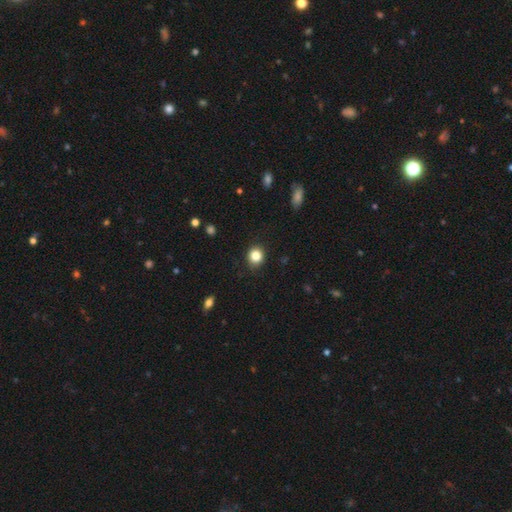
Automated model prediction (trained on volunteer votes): This appears to be a smooth galaxy with no disk features (85%) that is round (82%). Merging: none (89%).